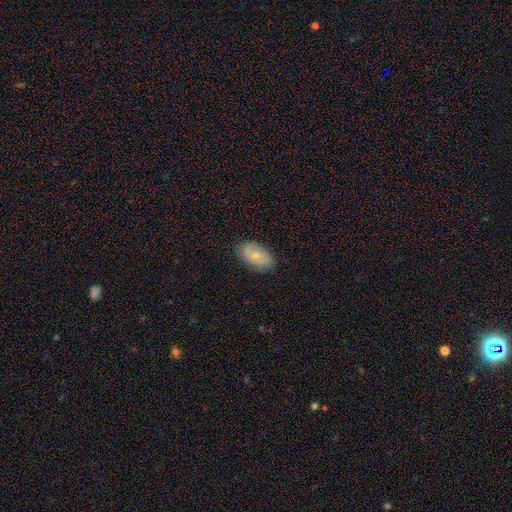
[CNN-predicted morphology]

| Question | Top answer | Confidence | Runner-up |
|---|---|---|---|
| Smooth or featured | smooth | 65% | featured or disk (28%) |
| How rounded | in between | 93% | round (5%) |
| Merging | none | 84% | minor disturbance (13%) |